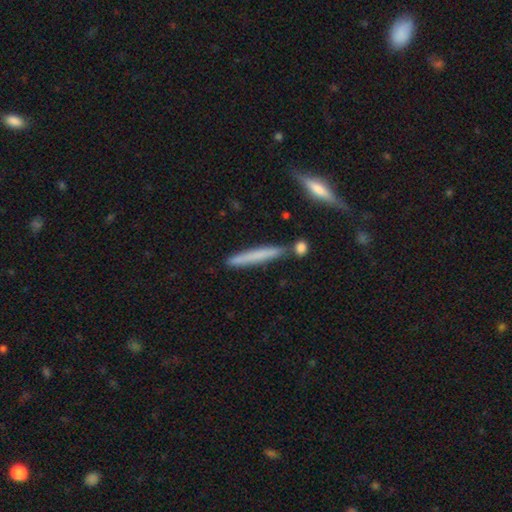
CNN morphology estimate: Smooth or featured? Predicted: smooth (p=0.65). How rounded? Predicted: cigar-shaped (p=0.95). Merging? Predicted: none (p=0.82).